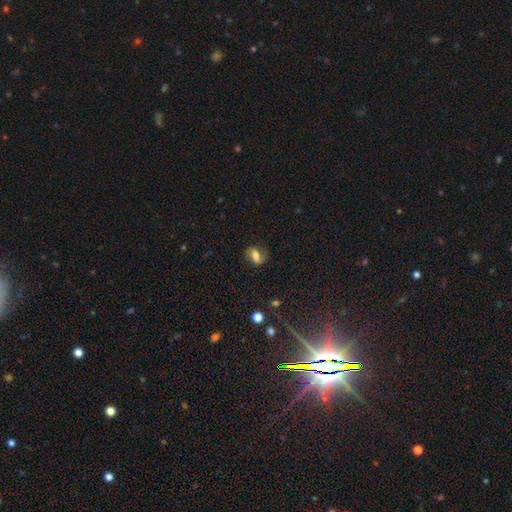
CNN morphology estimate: smooth_or_featured: smooth (p=0.53) [alt: featured or disk p=0.36]
how_rounded: in between (p=0.78) [alt: round p=0.18]
merging: none (p=0.68) [alt: minor disturbance p=0.20]